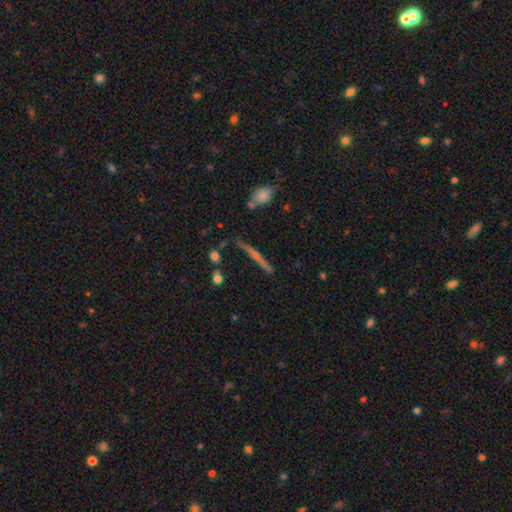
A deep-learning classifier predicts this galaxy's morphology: type=featured or disk (64%); edge-on=yes (95%); edge-on bulge=rounded (48%); merging=none (80%).